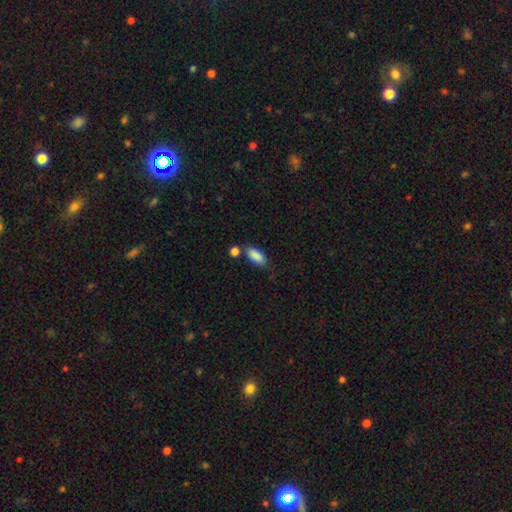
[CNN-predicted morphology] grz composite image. It shows a smooth galaxy with no disk features (89%) that is in between round and cigar-shaped (86%). Merging: none (67%).